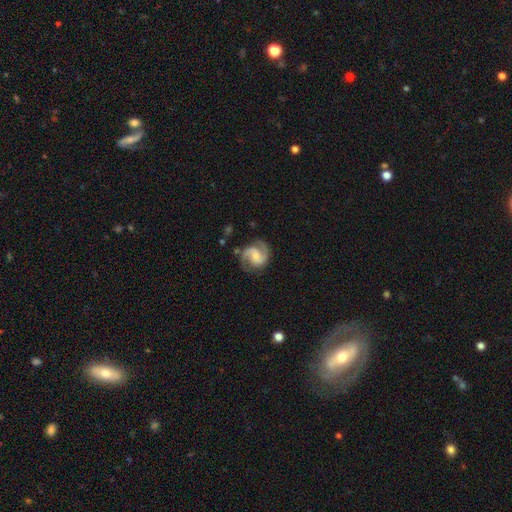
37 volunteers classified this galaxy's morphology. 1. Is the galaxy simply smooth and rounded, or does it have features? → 95% featured or disk, 3% smooth, 3% star or artifact.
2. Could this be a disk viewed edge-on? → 97% no, 3% yes.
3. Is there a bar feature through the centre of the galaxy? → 65% no, 21% weak, 15% strong.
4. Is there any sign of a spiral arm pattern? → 100% yes, 0% no.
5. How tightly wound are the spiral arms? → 68% medium, 21% tight, 12% loose.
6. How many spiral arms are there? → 100% 2, 0% 1, 0% 3, 0% 4, 0% more than 4, 0% can't tell.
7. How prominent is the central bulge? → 62% small, 32% moderate, 6% none, 0% dominant, 0% large.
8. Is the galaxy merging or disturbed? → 78% none, 14% minor disturbance, 8% merger, 0% major disturbance.